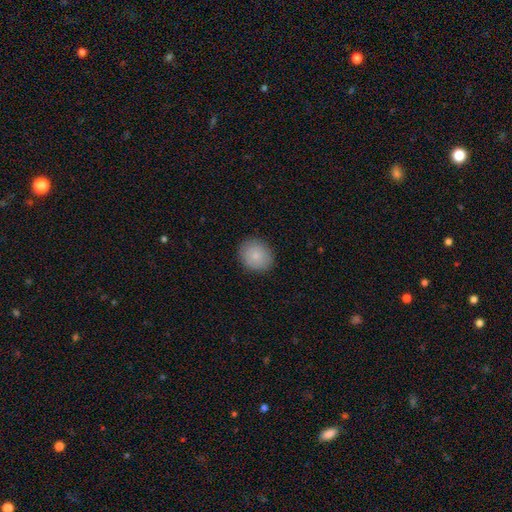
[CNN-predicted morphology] The model was most divided on "how rounded": round: 78%, in between: 21%, cigar-shaped: 1%. More confident: merging — none (88%); smooth or featured — smooth (84%).